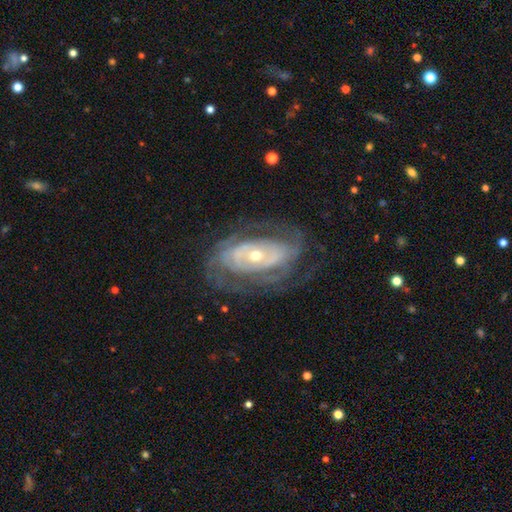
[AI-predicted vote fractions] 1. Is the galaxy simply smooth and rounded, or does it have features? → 83% featured or disk, 11% smooth, 6% star or artifact.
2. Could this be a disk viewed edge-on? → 94% no, 6% yes.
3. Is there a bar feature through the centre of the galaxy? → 70% no, 20% weak, 11% strong.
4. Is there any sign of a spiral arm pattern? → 83% yes, 17% no.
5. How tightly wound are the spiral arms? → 59% tight, 29% medium, 12% loose.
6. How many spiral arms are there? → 41% can't tell, 30% 2, 12% 3, 7% 4, 5% 1, 5% more than 4.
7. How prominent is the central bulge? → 48% moderate, 46% small, 4% large, 1% dominant, 1% none.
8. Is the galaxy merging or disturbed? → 67% none, 17% minor disturbance, 14% major disturbance, 1% merger.